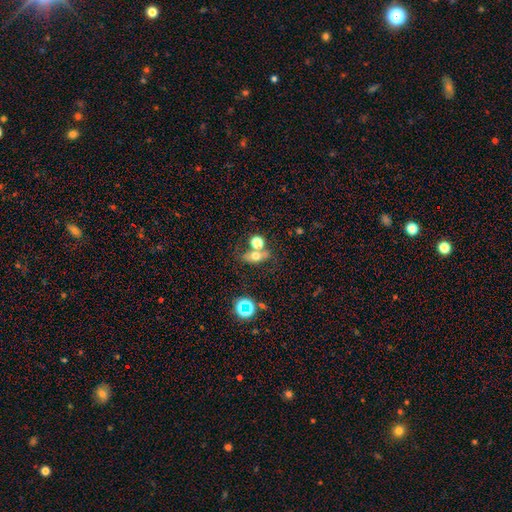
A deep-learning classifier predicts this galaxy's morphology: A smooth galaxy with no disk features (58%) that is in between round and cigar-shaped (60%). Merging: none (54%).